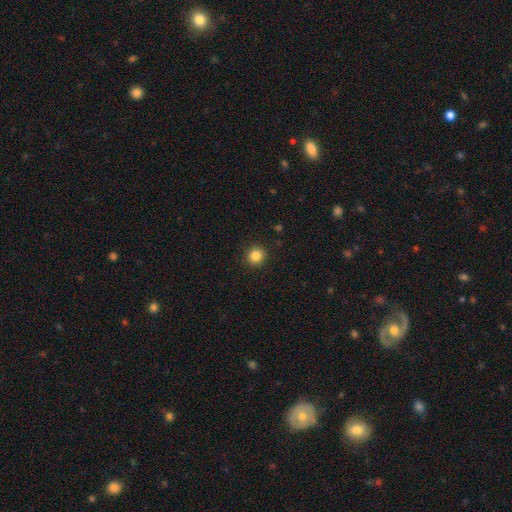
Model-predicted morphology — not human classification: This appears to be a smooth galaxy with no disk features (85%) that is round (91%). Merging: none (92%).